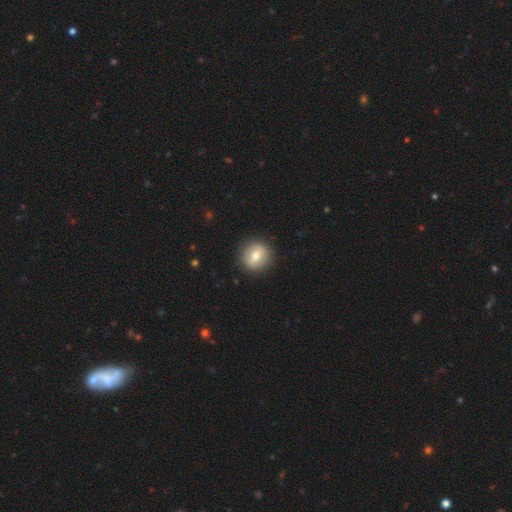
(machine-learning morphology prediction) Q: Smooth or featured?
A: smooth (64%); runner-up: featured or disk (28%)
Q: How rounded?
A: round (90%); runner-up: in between (9%)
Q: Merging?
A: none (90%); runner-up: minor disturbance (6%)